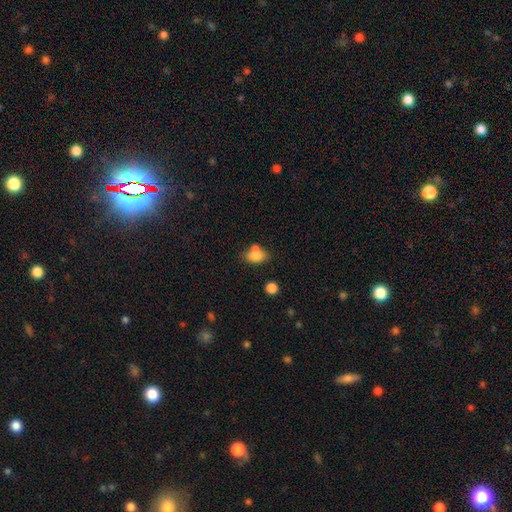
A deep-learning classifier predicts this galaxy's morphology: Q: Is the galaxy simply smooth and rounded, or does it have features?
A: smooth — 79%.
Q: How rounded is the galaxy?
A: in between — 81%.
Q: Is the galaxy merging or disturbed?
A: none — 48%.